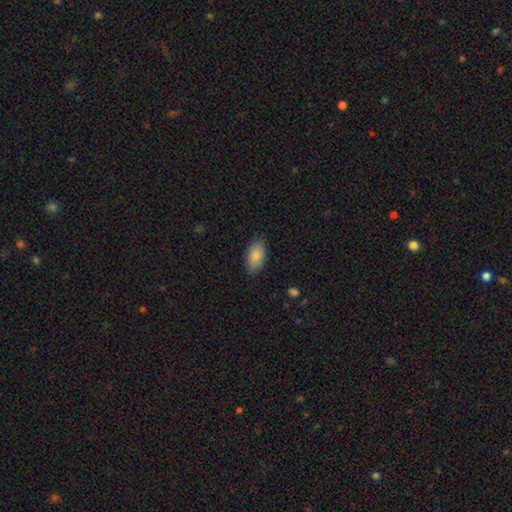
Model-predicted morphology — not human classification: This is clearly a smooth galaxy (86%). How rounded: clearly in between (94%). Merging: clearly none (84%).